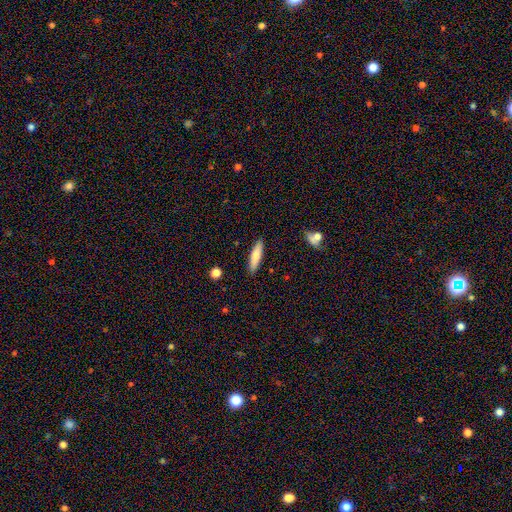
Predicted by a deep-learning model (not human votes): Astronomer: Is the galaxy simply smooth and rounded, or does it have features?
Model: smooth — 76%.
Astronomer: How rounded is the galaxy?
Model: cigar-shaped — 73%.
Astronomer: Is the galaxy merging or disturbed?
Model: none — 89%.